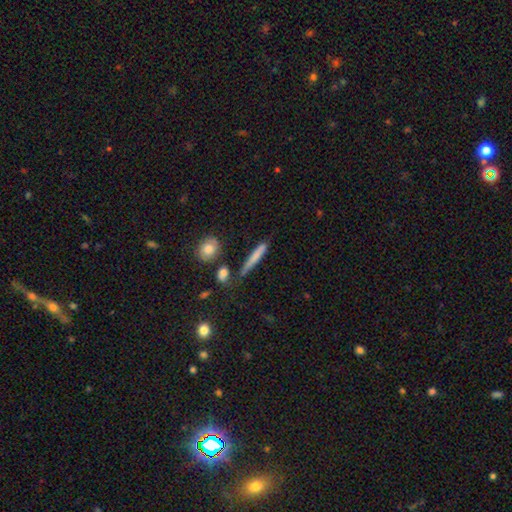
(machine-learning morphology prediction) Smooth or featured? Predicted: smooth (p=0.70). How rounded? Predicted: cigar-shaped (p=0.90). Merging? Predicted: none (p=0.68).